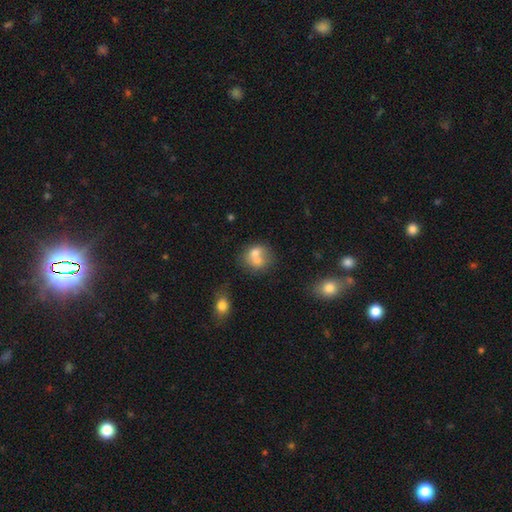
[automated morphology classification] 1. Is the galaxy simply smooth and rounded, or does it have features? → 66% smooth, 24% featured or disk, 10% star or artifact.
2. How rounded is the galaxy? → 65% round, 34% in between, 1% cigar-shaped.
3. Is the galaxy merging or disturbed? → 58% merger, 29% none, 9% minor disturbance, 5% major disturbance.